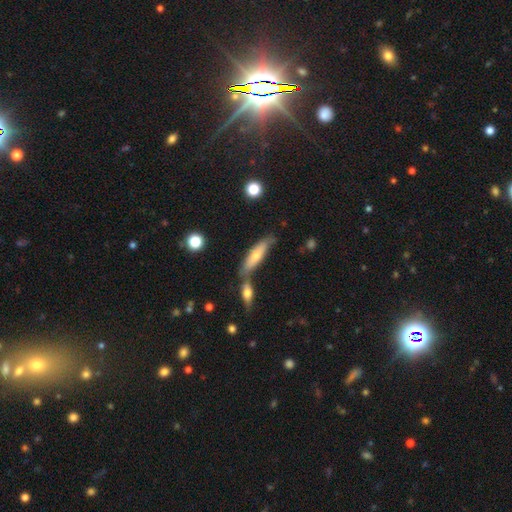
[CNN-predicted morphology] A smooth galaxy with no disk features (65%) that is cigar-shaped (67%).

Vote fractions:
- Smooth or featured? smooth: 65% / featured or disk: 29% / star or artifact: 6%
- How rounded? cigar-shaped: 67% / in between: 31% / round: 2%
- Merging? none: 54% / merger: 28% / minor disturbance: 15% / major disturbance: 4%